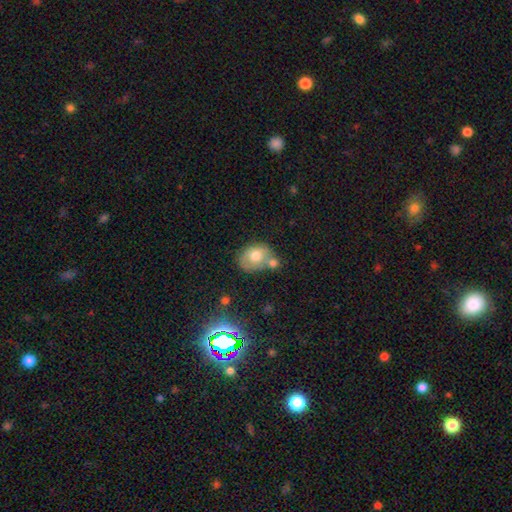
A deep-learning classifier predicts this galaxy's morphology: type=smooth (67%); roundness=in between (58%); merging=none (38%).